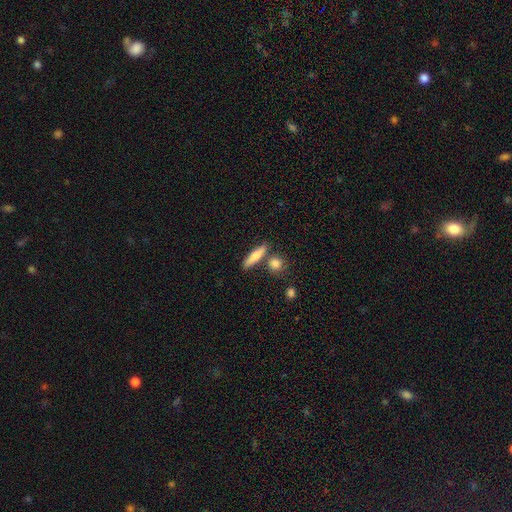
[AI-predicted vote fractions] This is likely a smooth galaxy (68%). How rounded: likely cigar-shaped (71%). Merging: likely none (73%).